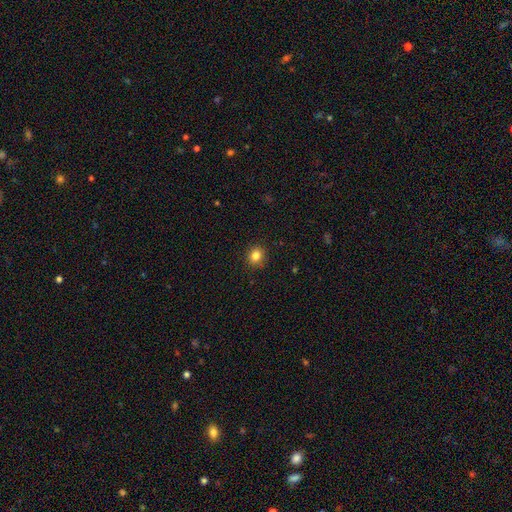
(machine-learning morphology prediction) Smooth or featured? Predicted: smooth (p=0.83). How rounded? Predicted: round (p=0.86). Merging? Predicted: none (p=0.91).